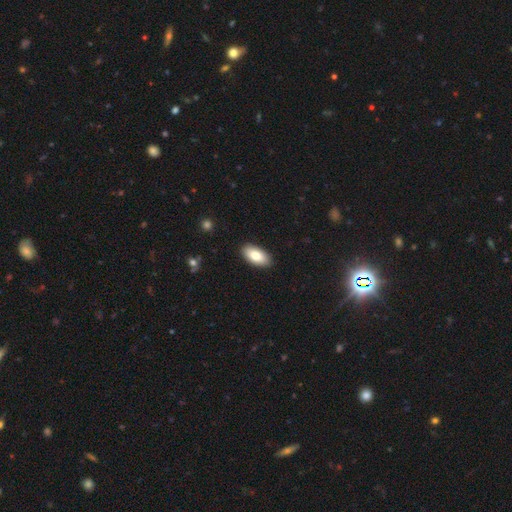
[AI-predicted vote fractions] Q: Smooth or featured?
A: smooth (80%); runner-up: featured or disk (14%)
Q: How rounded?
A: in between (93%); runner-up: cigar-shaped (4%)
Q: Merging?
A: none (90%); runner-up: minor disturbance (8%)